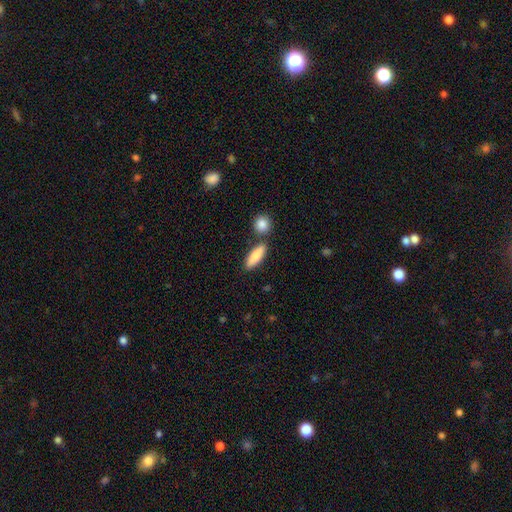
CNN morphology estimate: A smooth galaxy with no disk features (83%) that is in between round and cigar-shaped (52%). Merging: none (76%).